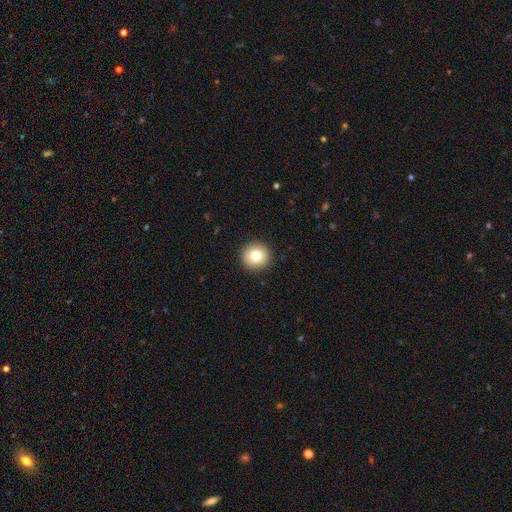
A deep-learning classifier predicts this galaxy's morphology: A smooth galaxy with no disk features (79%) that is round (96%).

Vote fractions:
- Smooth or featured? smooth: 79% / featured or disk: 11% / star or artifact: 10%
- How rounded? round: 96% / in between: 4% / cigar-shaped: 1%
- Merging? none: 93% / minor disturbance: 5% / major disturbance: 2% / merger: 1%